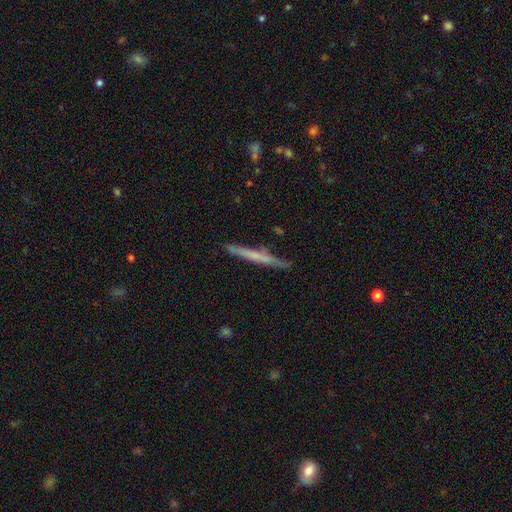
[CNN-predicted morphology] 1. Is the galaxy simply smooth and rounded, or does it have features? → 48% smooth, 46% featured or disk, 6% star or artifact.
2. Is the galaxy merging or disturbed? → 86% none, 11% minor disturbance, 2% major disturbance, 2% merger.